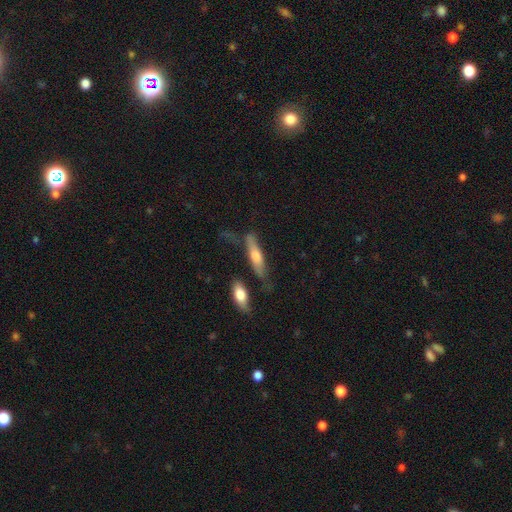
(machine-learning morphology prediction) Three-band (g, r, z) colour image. It shows a smooth galaxy with no disk features (48%). Merging: none (60%).